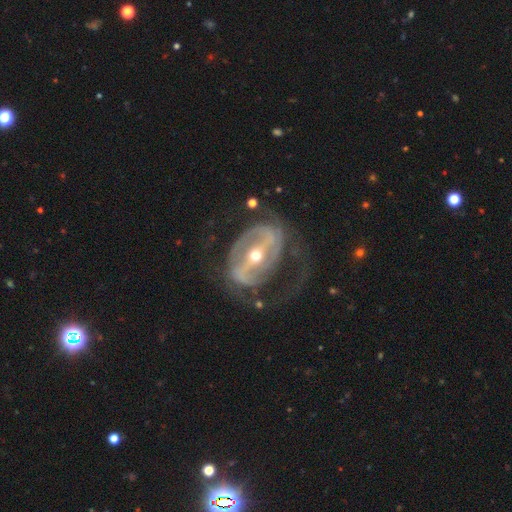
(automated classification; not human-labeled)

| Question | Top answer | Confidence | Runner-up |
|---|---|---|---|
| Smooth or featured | featured or disk | 87% | smooth (7%) |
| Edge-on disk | no | 94% | yes (6%) |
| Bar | strong | 70% | weak (21%) |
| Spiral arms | yes | 81% | no (19%) |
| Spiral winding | medium | 42% | tight (32%) |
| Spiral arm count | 2 | 72% | can't tell (14%) |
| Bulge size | moderate | 52% | small (44%) |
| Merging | none | 52% | major disturbance (28%) |